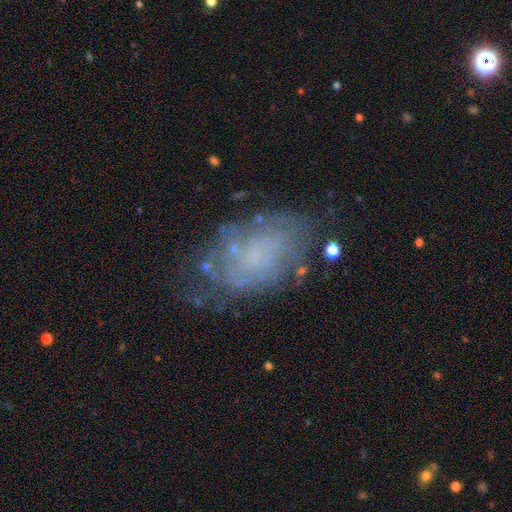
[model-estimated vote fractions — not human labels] Smooth or featured? Predicted: featured or disk (p=0.57). Edge-on disk? Predicted: no (p=0.96). Bar? Predicted: no (p=0.83). Spiral arms? Predicted: yes (p=0.54). Bulge size? Predicted: none (p=0.65). Merging? Predicted: none (p=0.61).